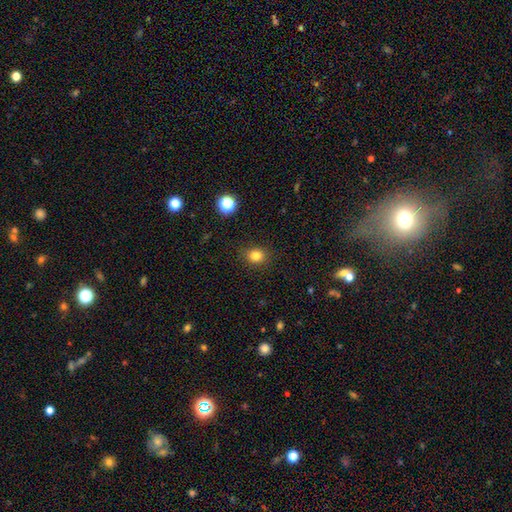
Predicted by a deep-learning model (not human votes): A smooth galaxy with no disk features (82%) that is round (63%). Merging: none (87%).